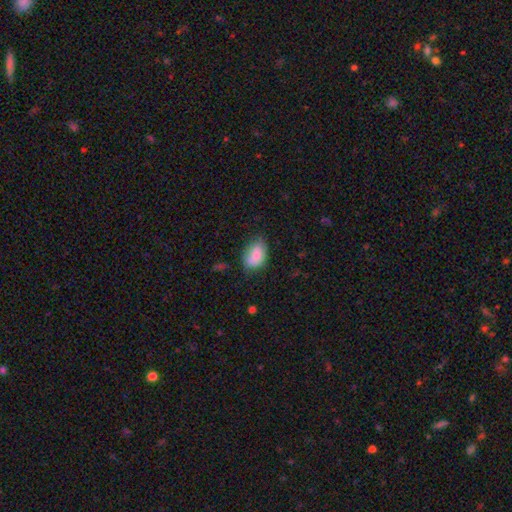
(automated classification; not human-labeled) Morphology: type=smooth (83%); roundness=in between (86%); merging=none (60%).